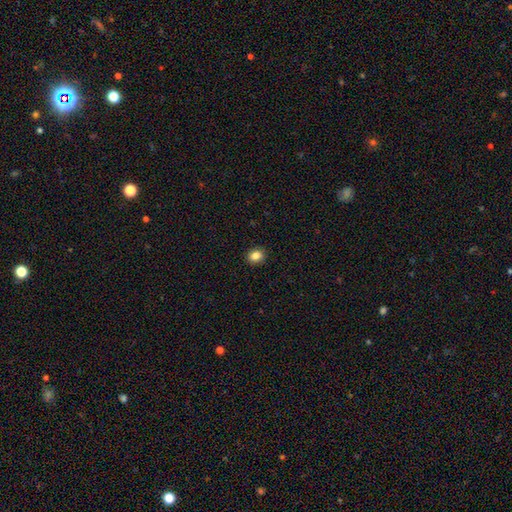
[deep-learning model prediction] Morphology: type=smooth (84%); roundness=round (58%); merging=none (91%).